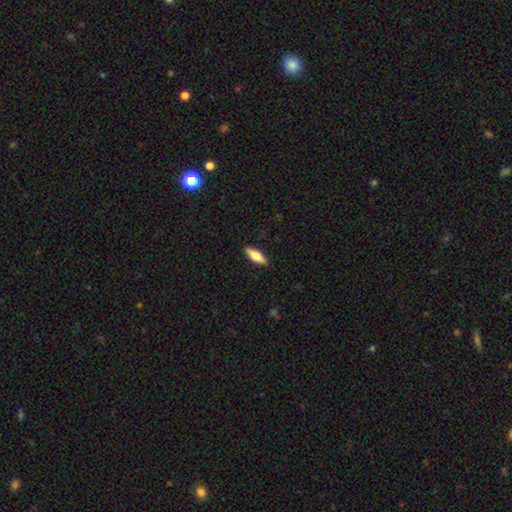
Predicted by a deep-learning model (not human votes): smooth-or-featured: smooth: 63% | featured or disk: 31% | star or artifact: 6%
  how-rounded: in between: 58% | cigar-shaped: 39% | round: 3%
  merging: none: 89% | minor disturbance: 8% | major disturbance: 2% | merger: 1%